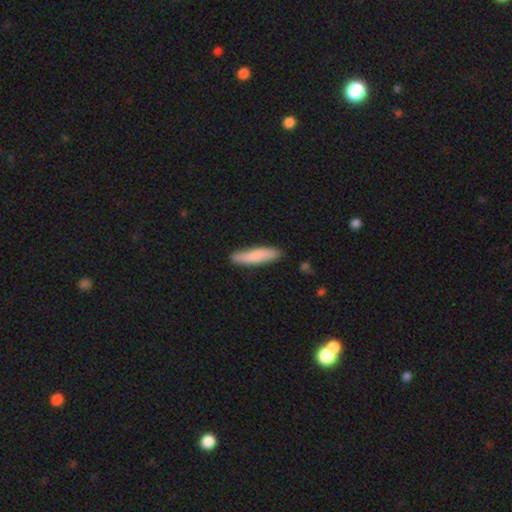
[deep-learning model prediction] smooth-or-featured: smooth: 80% | featured or disk: 15% | star or artifact: 5%
  how-rounded: cigar-shaped: 80% | in between: 18% | round: 1%
  merging: none: 85% | minor disturbance: 12% | major disturbance: 2% | merger: 2%